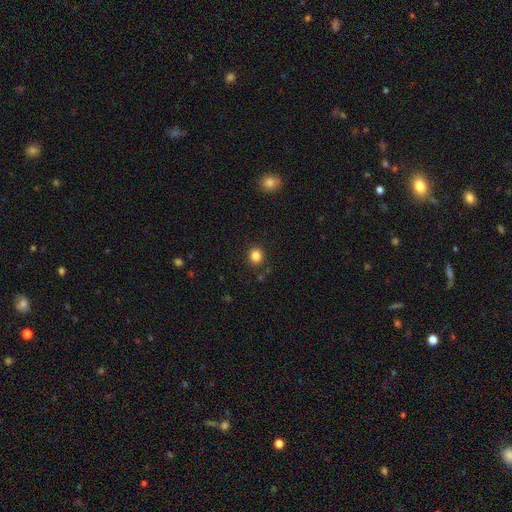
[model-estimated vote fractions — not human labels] smooth-or-featured: smooth: 85% | star or artifact: 11% | featured or disk: 4%
  how-rounded: round: 80% | in between: 19% | cigar-shaped: 1%
  merging: none: 88% | minor disturbance: 7% | major disturbance: 2% | merger: 2%